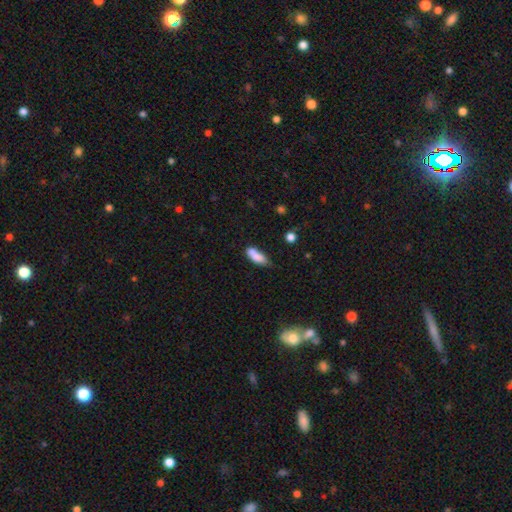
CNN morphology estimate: Q: Smooth or featured?
A: smooth (79%); runner-up: featured or disk (13%)
Q: How rounded?
A: in between (69%); runner-up: cigar-shaped (28%)
Q: Merging?
A: none (40%); runner-up: minor disturbance (26%)